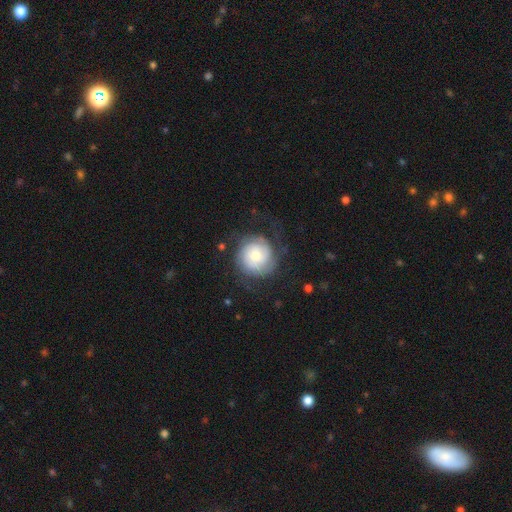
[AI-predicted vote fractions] smooth-or-featured: featured or disk: 65% | smooth: 28% | star or artifact: 7%
  disk-edge-on: no: 98% | yes: 2%
    bar: no: 73% | weak: 23% | strong: 4%
    has-spiral-arms: yes: 91% | no: 9%
      spiral-winding: tight: 61% | medium: 27% | loose: 11%
      spiral-arm-count: 2: 34% (tied) | can't tell: 34% (tied) | 3: 16% | 4: 6% | 1: 6% | more than 4: 4%
    bulge-size: moderate: 51% | small: 35% | large: 11% | dominant: 2% | none: 2%
  merging: none: 66% | minor disturbance: 17% | major disturbance: 15% | merger: 1%